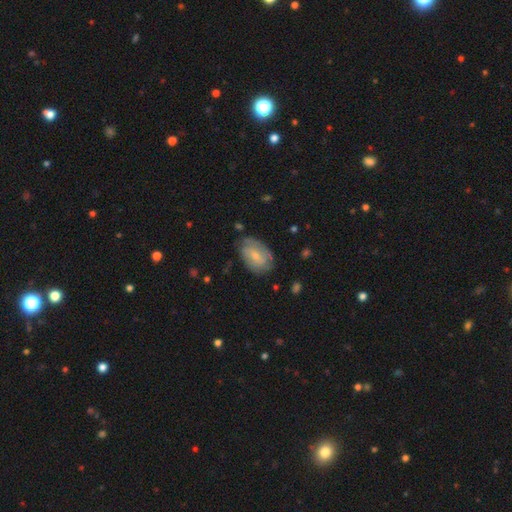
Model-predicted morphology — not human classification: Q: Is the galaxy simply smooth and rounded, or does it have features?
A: smooth — 48%.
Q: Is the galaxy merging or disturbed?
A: none — 69%.